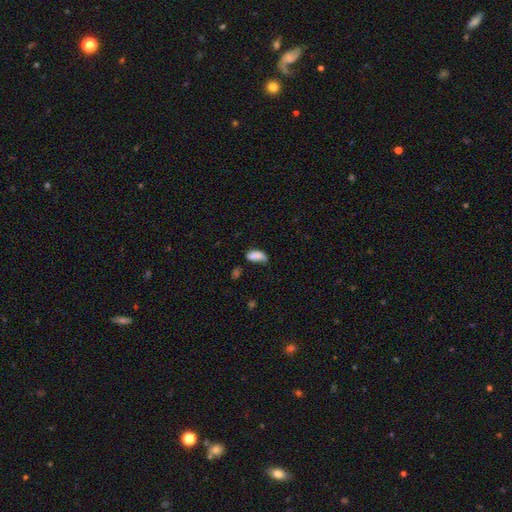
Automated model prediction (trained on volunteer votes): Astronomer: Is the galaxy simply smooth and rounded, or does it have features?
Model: smooth — 82%.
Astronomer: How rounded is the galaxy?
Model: in between — 86%.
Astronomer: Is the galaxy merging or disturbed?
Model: none — 38% (runner-up: minor disturbance, 36%).